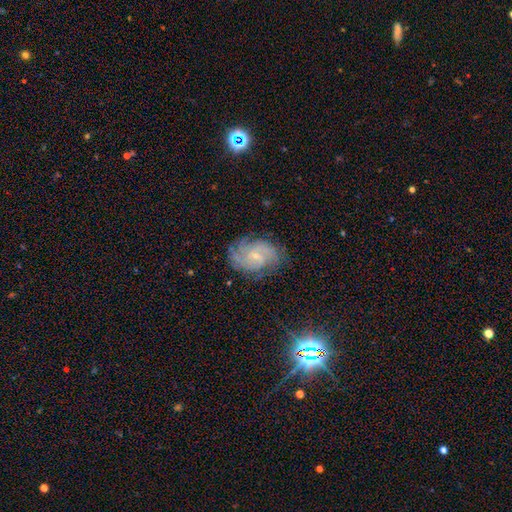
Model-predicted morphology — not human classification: Smooth or featured: featured or disk — 80% (smooth — 11%)
Edge-on disk: no — 97% (yes — 3%)
Bar: no — 61% (weak — 34%)
Spiral arms: yes — 96% (no — 4%)
Spiral winding: tight — 54% (medium — 36%)
Spiral arm count: can't tell — 30% (2 — 22%)
Bulge size: small — 78% (moderate — 16%)
Merging: none — 76% (minor disturbance — 17%)